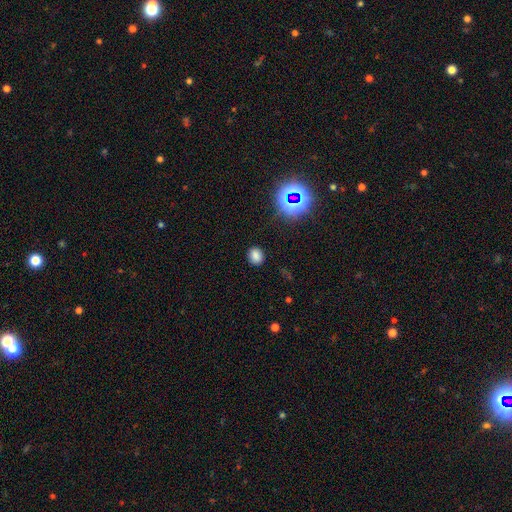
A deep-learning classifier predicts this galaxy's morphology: smooth 76%, star or artifact 18%, featured or disk 5%. Down the decision tree: how rounded — round (53%); merging — none (87%).